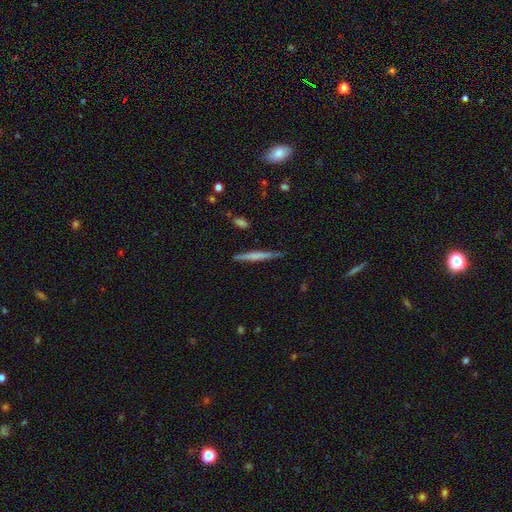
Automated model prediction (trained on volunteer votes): Smooth or featured? smooth (48%)
Merging? none (86%)